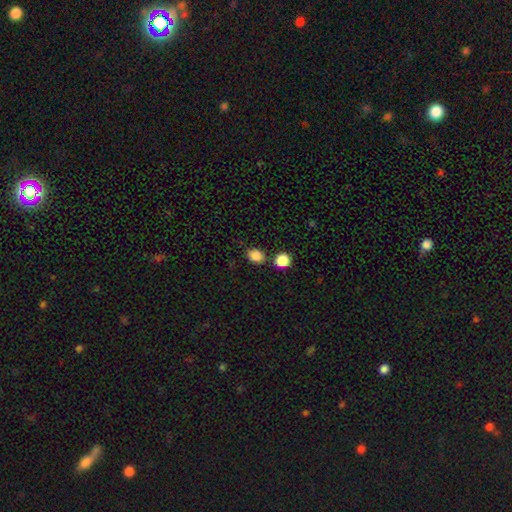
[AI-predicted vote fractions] A smooth galaxy with no disk features (86%) that is in between round and cigar-shaped (52%). Merging: none (76%).